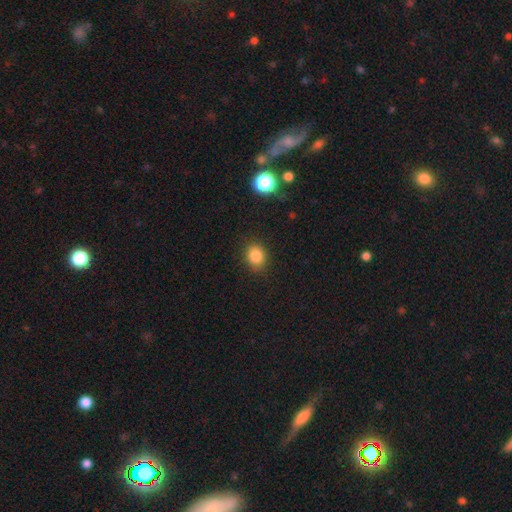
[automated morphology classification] smooth_or_featured: smooth (p=0.84) [alt: star or artifact p=0.11]
how_rounded: round (p=0.57) [alt: in between p=0.42]
merging: none (p=0.87) [alt: minor disturbance p=0.09]